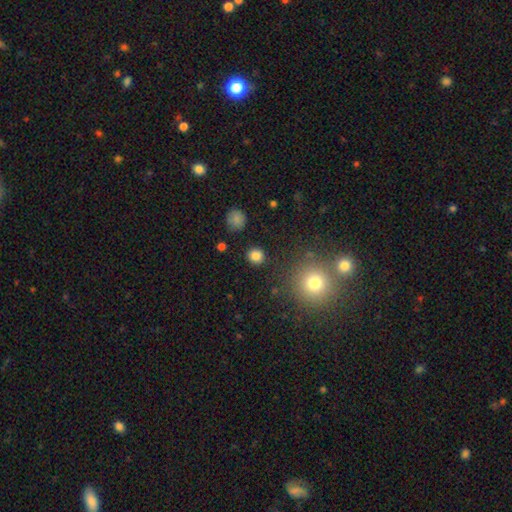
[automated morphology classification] A smooth galaxy with no disk features (83%) that is round (89%).

Vote fractions:
- Smooth or featured? smooth: 83% / star or artifact: 13% / featured or disk: 4%
- How rounded? round: 89% / in between: 10% / cigar-shaped: 1%
- Merging? none: 89% / minor disturbance: 7% / major disturbance: 3% / merger: 2%